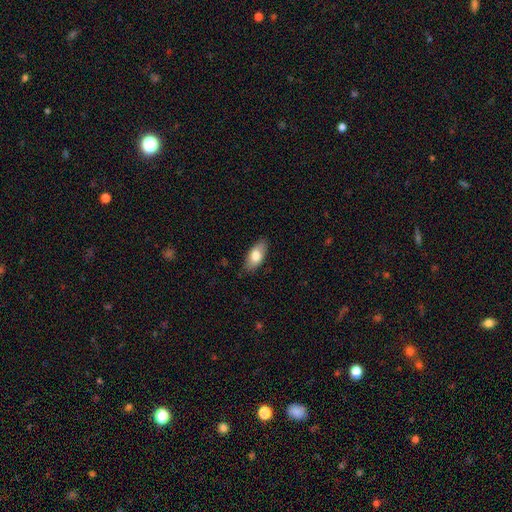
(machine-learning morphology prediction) smooth 77%, featured or disk 17%, star or artifact 6%. Down the decision tree: how rounded — in between (88%); merging — none (85%).